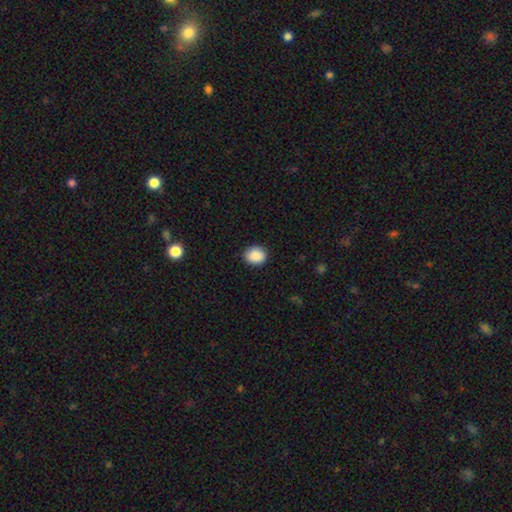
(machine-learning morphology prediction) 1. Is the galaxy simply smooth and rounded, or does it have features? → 89% smooth, 8% star or artifact, 3% featured or disk.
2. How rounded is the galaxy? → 64% round, 35% in between, 1% cigar-shaped.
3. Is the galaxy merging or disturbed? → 89% none, 8% minor disturbance, 2% major disturbance, 1% merger.